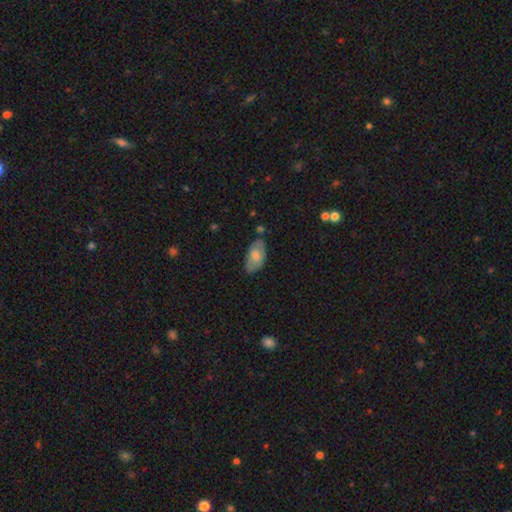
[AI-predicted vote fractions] smooth-or-featured: smooth: 68% | featured or disk: 26% | star or artifact: 6%
  how-rounded: in between: 93% | cigar-shaped: 3% | round: 3%
  merging: none: 70% | minor disturbance: 22% | major disturbance: 5% | merger: 4%